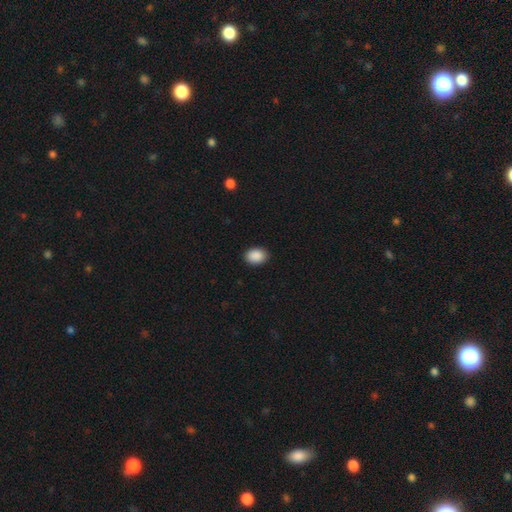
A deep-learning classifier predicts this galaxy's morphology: type=smooth (90%); roundness=in between (72%); merging=none (90%).